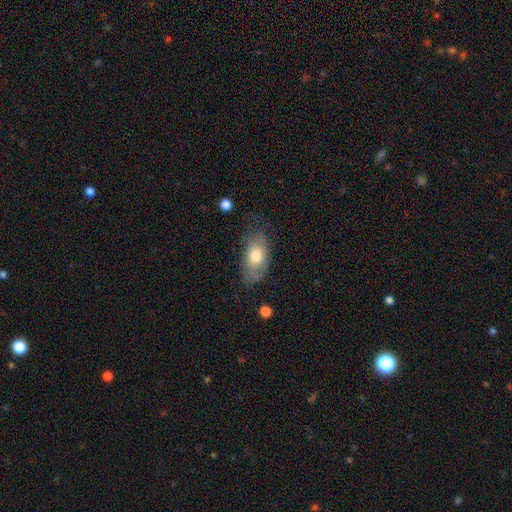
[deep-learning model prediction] Smooth or featured?
  - smooth: 71% *
  - featured or disk: 23%
  - star or artifact: 7%
How rounded?
  - in between: 91% *
  - round: 4%
  - cigar-shaped: 4%
Merging?
  - none: 65% *
  - minor disturbance: 24%
  - major disturbance: 9%
  - merger: 2%